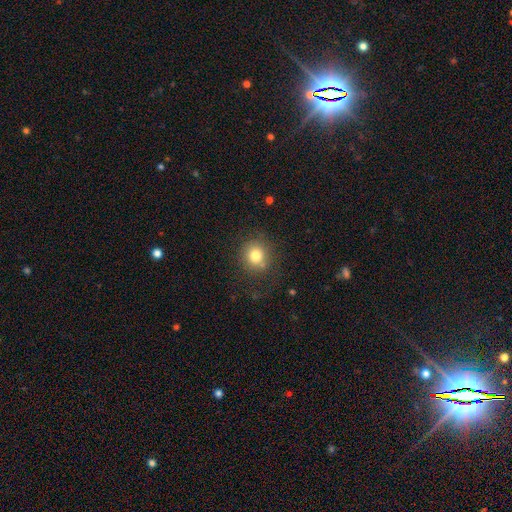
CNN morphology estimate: Overall: smooth (77%). How rounded: round (87%). Merging: none (75%).